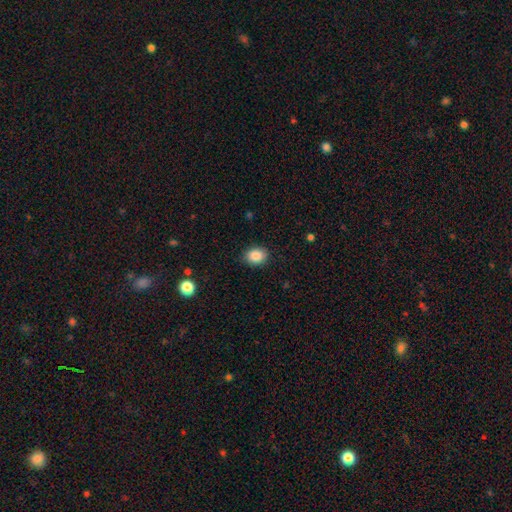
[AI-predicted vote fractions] Smooth or featured?
  - smooth: 87% *
  - star or artifact: 9%
  - featured or disk: 4%
How rounded?
  - in between: 53% *
  - round: 46%
  - cigar-shaped: 1%
Merging?
  - none: 87% *
  - minor disturbance: 9%
  - major disturbance: 2%
  - merger: 1%